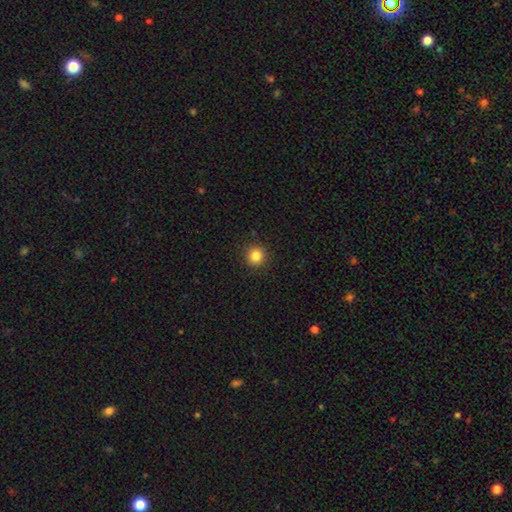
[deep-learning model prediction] Smooth or featured? smooth (84%)
How rounded? round (94%)
Merging? none (92%)